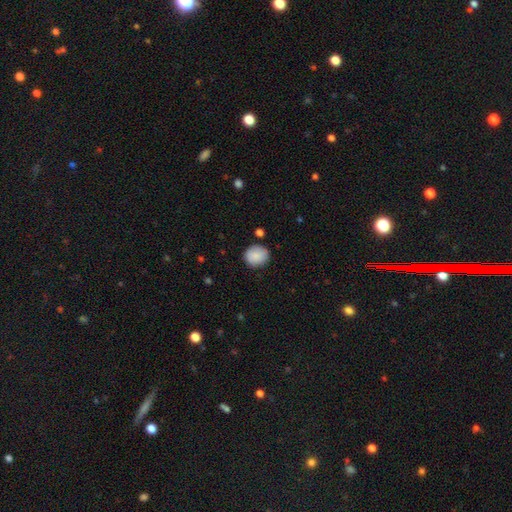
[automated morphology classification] A smooth galaxy with no disk features (88%) that is round (77%). Merging: none (83%).